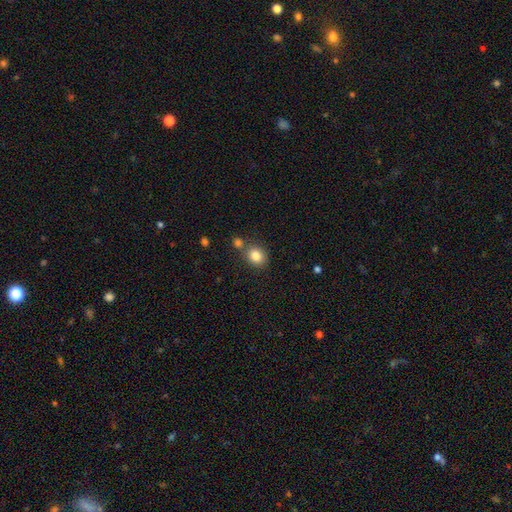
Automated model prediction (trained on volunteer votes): Morphology: type=smooth (83%); roundness=round (70%); merging=none (67%).